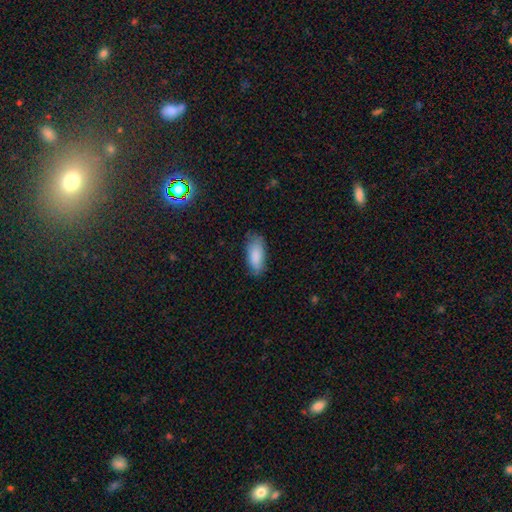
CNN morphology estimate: This is clearly a smooth galaxy (86%). How rounded: clearly in between (84%). Merging: likely none (72%).